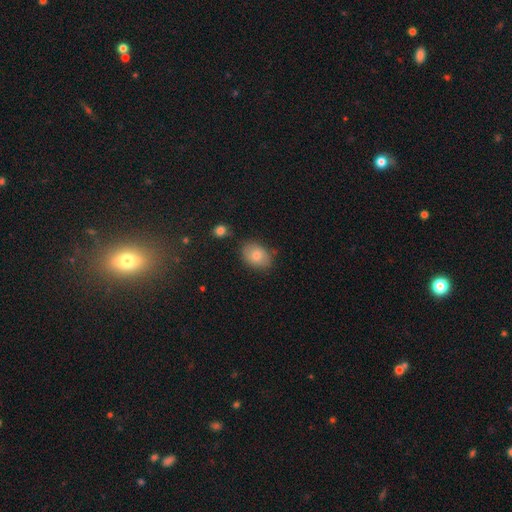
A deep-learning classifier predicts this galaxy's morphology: This appears to be a smooth galaxy with no disk features (79%) that is in between round and cigar-shaped (79%). Merging: none (75%).